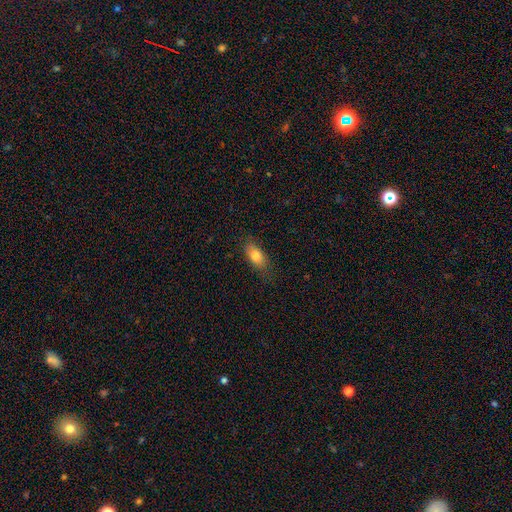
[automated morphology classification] smooth_or_featured: smooth (p=0.80) [alt: featured or disk p=0.12]
how_rounded: in between (p=0.86) [alt: cigar-shaped p=0.09]
merging: none (p=0.75) [alt: minor disturbance p=0.19]